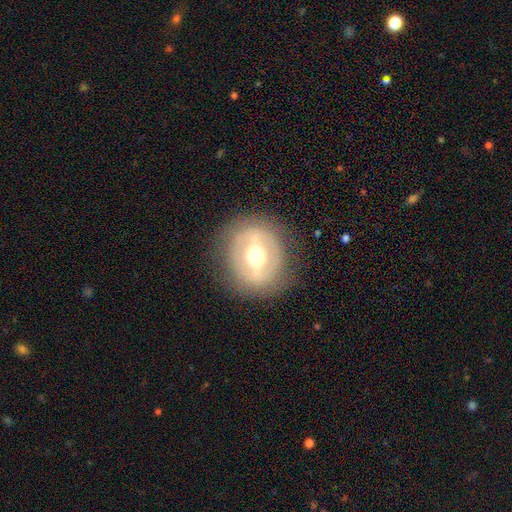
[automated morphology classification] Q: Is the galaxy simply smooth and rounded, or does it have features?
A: featured or disk — 67%.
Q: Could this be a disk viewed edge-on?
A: no — 91%.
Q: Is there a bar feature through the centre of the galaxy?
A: strong — 57%.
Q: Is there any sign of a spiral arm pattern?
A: no — 72%.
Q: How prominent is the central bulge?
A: moderate — 71%.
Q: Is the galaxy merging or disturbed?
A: none — 80%.